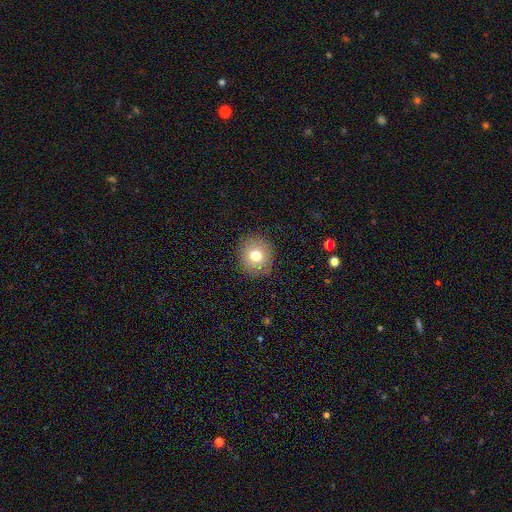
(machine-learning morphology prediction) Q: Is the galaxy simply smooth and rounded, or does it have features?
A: smooth — 75%.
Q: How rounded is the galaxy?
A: round — 84%.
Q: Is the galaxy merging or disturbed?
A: none — 88%.